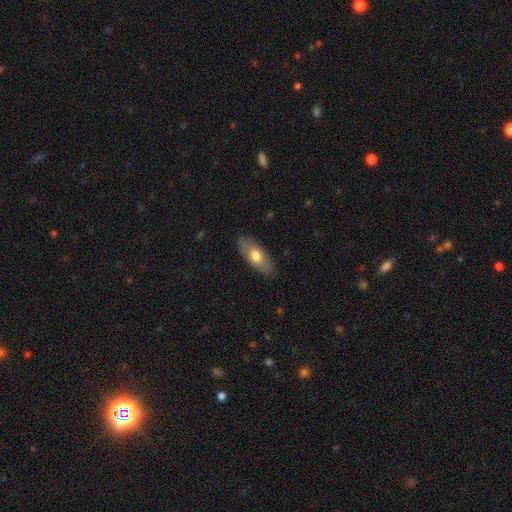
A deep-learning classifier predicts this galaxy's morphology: Smooth or featured?
  - smooth: 66% *
  - featured or disk: 28%
  - star or artifact: 6%
How rounded?
  - in between: 81% *
  - cigar-shaped: 16%
  - round: 3%
Merging?
  - none: 86% *
  - minor disturbance: 11%
  - major disturbance: 2%
  - merger: 1%